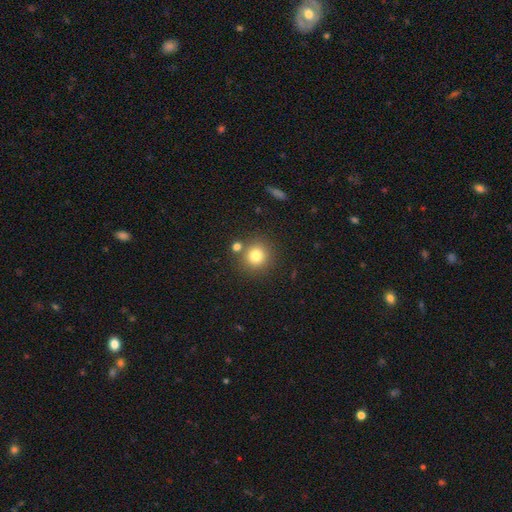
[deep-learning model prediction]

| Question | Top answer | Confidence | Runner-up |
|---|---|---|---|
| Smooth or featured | smooth | 78% | star or artifact (13%) |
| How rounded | round | 91% | in between (8%) |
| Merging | none | 77% | merger (12%) |